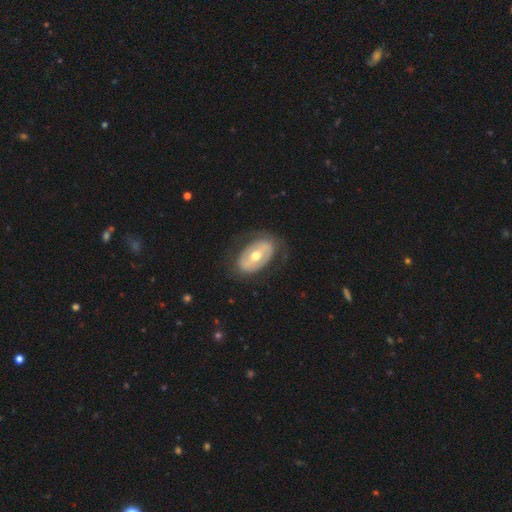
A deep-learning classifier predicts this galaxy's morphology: The model was most divided on "bar": no: 42%, weak: 30%, strong: 28%. More confident: edge-on disk — no (92%); merging — none (73%); bulge size — moderate (72%); spiral arms — no (65%); smooth or featured — featured or disk (62%).